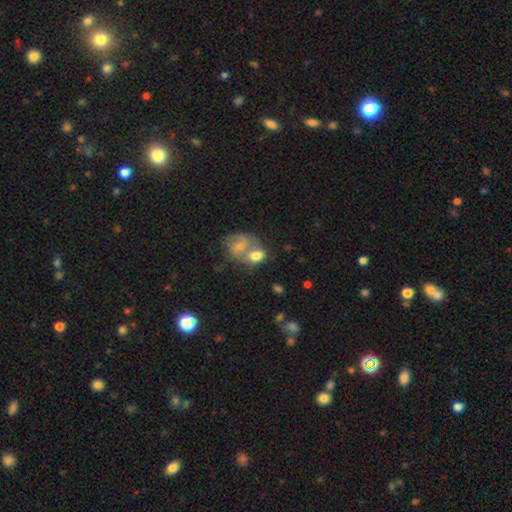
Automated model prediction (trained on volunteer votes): A smooth galaxy with no disk features (60%) that is in between round and cigar-shaped (63%). Merging: merger (58%).